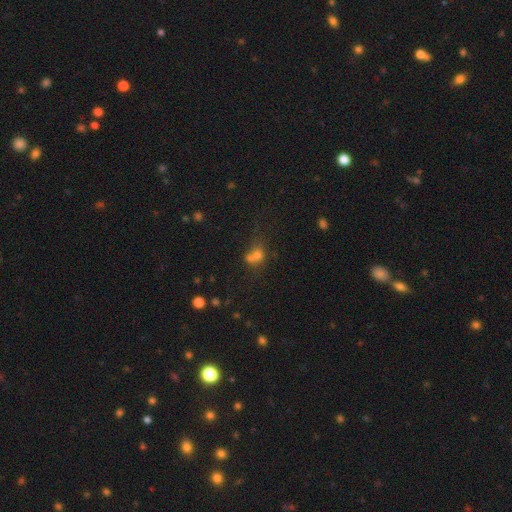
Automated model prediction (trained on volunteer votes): This is likely a smooth galaxy (66%). How rounded: likely round (64%). Merging: possibly merger (57%).